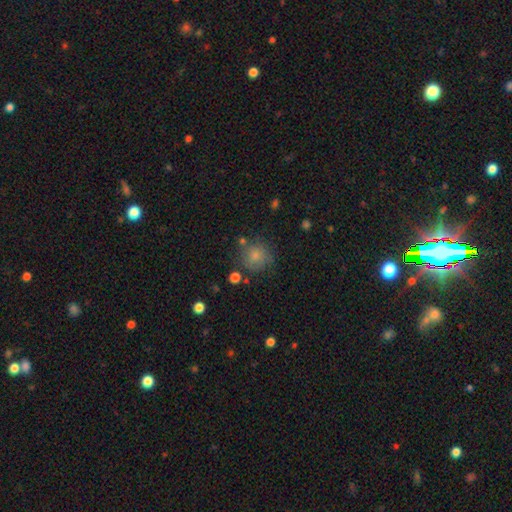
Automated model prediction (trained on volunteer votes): A smooth galaxy with no disk features (77%) that is round (90%). Merging: none (68%).